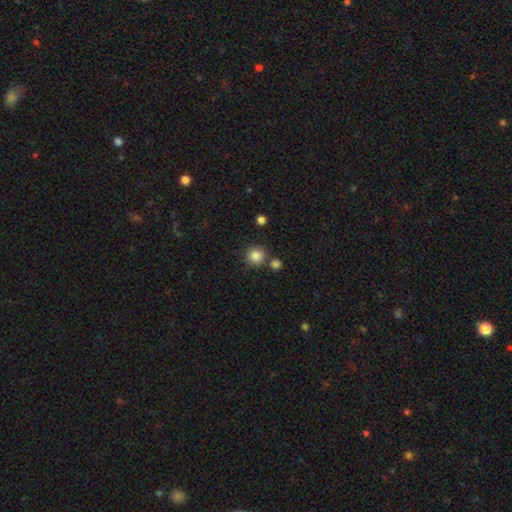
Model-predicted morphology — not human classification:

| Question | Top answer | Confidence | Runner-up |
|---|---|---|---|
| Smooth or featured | smooth | 85% | star or artifact (11%) |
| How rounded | round | 94% | in between (5%) |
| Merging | none | 78% | merger (12%) |